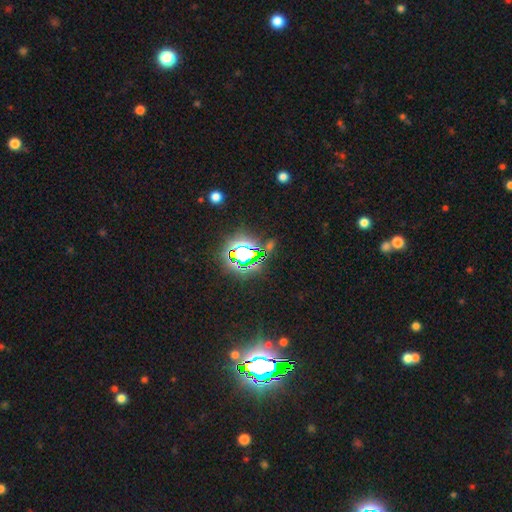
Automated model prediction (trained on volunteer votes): smooth-or-featured: star or artifact: 83% | smooth: 9% | featured or disk: 8%